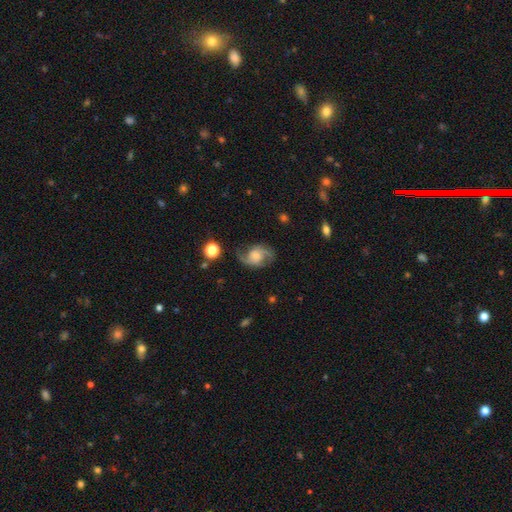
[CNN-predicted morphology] This is clearly a featured or disk galaxy (81%). It is clearly not viewed edge-on (98%). Bar: likely no (61%). Spiral arm pattern: clearly yes (96%). Spiral arm count: clearly 2 (91%). Spiral winding: marginally loose (45%). Central bulge: marginally small (36%). Merging: likely none (74%).